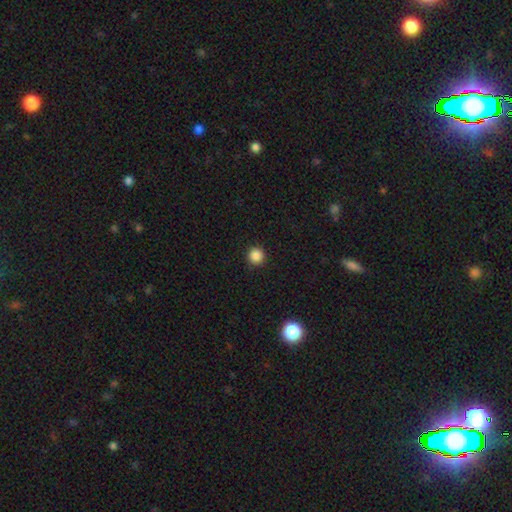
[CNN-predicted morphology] Smooth or featured? Predicted: smooth (p=0.86). How rounded? Predicted: round (p=0.96). Merging? Predicted: none (p=0.93).